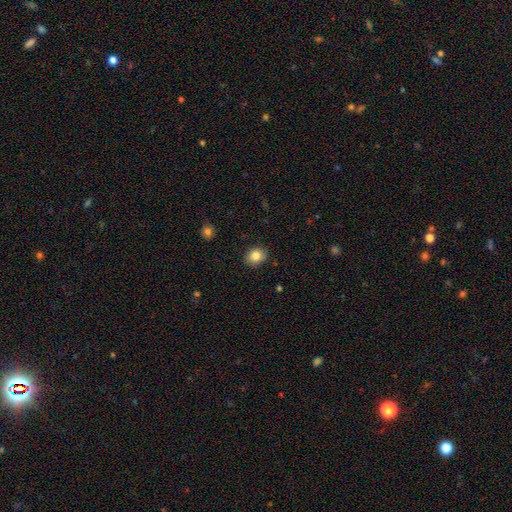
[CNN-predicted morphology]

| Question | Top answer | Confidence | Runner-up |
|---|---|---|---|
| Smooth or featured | smooth | 84% | star or artifact (9%) |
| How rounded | round | 59% | in between (40%) |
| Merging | none | 88% | minor disturbance (9%) |